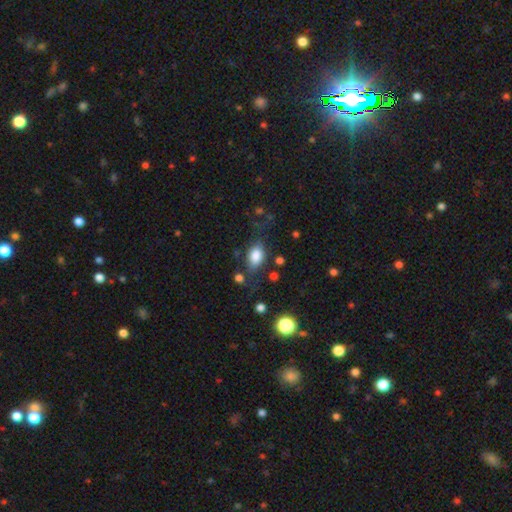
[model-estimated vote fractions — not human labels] A smooth galaxy with no disk features (81%) that is in between round and cigar-shaped (85%). Merging: none (63%).